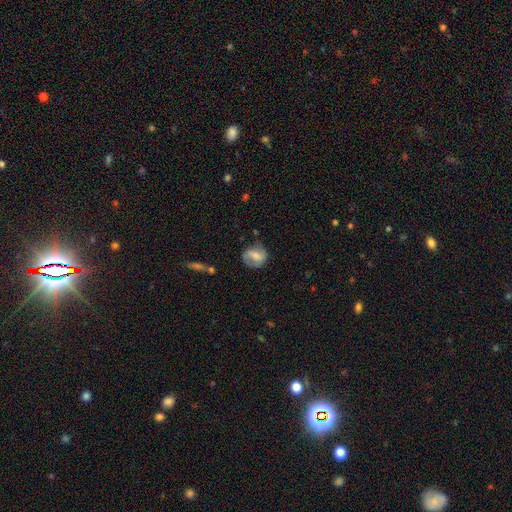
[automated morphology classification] Q: Smooth or featured?
A: smooth (62%); runner-up: featured or disk (30%)
Q: How rounded?
A: round (71%); runner-up: in between (28%)
Q: Merging?
A: none (61%); runner-up: minor disturbance (26%)